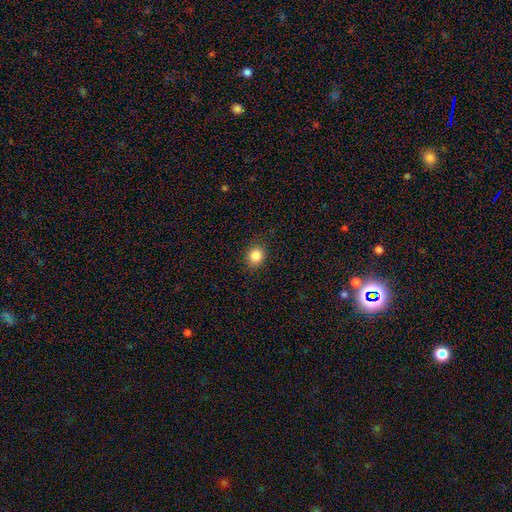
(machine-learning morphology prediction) This appears to be a smooth galaxy with no disk features (85%) that is round (72%). Merging: none (87%).